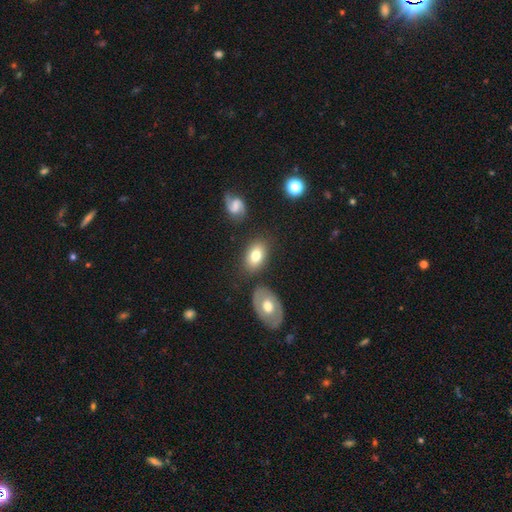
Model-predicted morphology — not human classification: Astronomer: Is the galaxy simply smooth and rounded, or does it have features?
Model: smooth — 72%.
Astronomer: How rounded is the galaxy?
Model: in between — 86%.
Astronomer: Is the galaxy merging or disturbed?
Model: none — 74%.